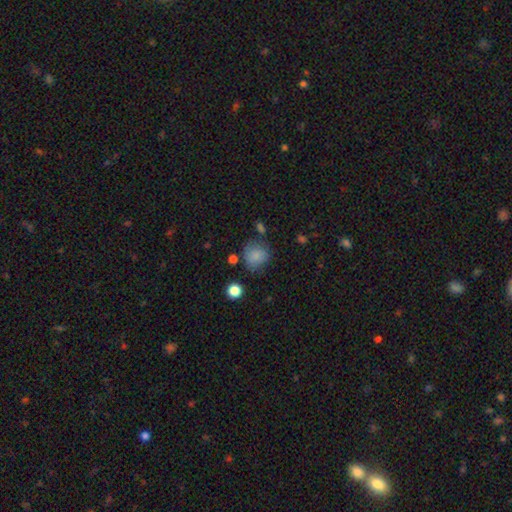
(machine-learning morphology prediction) The model was most divided on "merging": none: 64%, minor disturbance: 22%, major disturbance: 9%, merger: 5%. More confident: smooth or featured — smooth (81%); how rounded — round (79%).